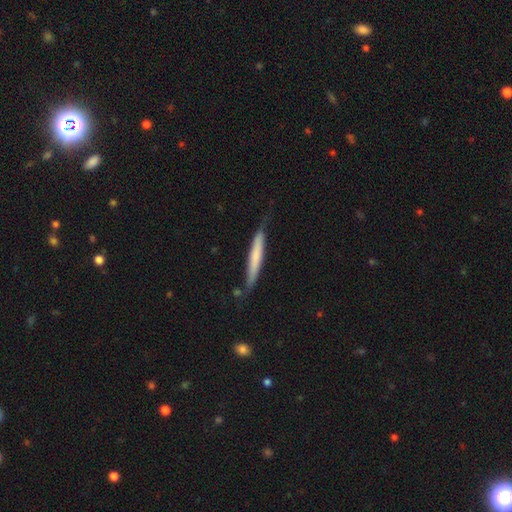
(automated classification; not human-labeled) Smooth or featured? Predicted: smooth (p=0.60). How rounded? Predicted: cigar-shaped (p=0.95). Merging? Predicted: none (p=0.70).